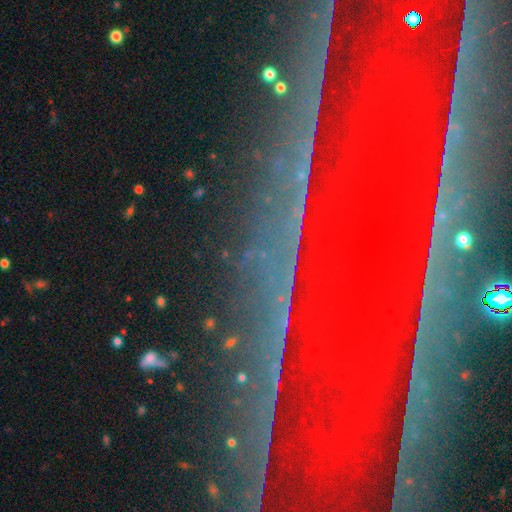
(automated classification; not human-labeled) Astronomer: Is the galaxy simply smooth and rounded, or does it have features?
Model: star or artifact — 83%.